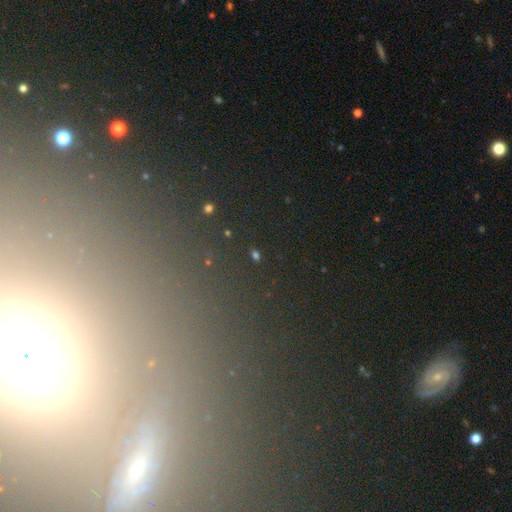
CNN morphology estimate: A star or artifact, not a galaxy (60%).